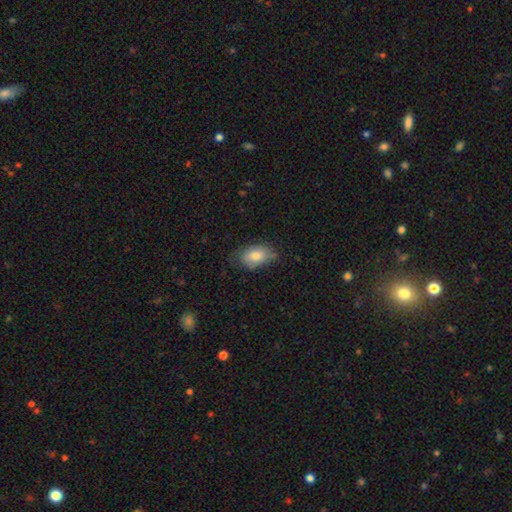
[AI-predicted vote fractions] Smooth or featured? Predicted: smooth (p=0.76). How rounded? Predicted: in between (p=0.90). Merging? Predicted: none (p=0.61).